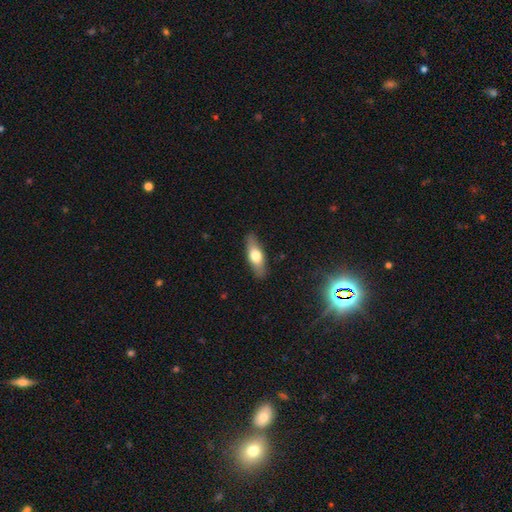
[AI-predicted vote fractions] smooth-or-featured: smooth: 61% | featured or disk: 33% | star or artifact: 6%
  how-rounded: in between: 60% | cigar-shaped: 36% | round: 3%
  merging: none: 87% | minor disturbance: 10% | major disturbance: 2% | merger: 1%